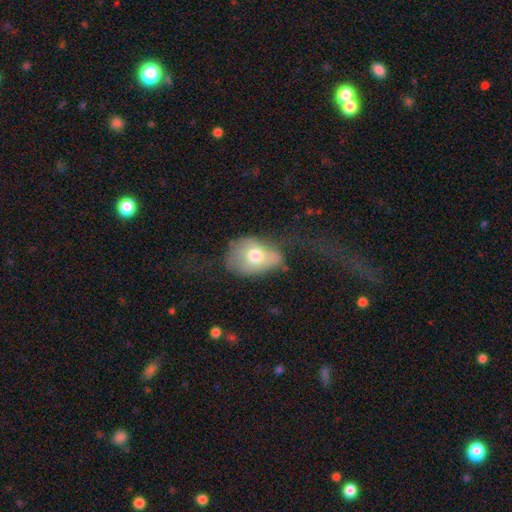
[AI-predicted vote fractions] smooth_or_featured: smooth (p=0.66) [alt: featured or disk p=0.25]
how_rounded: in between (p=0.75) [alt: round p=0.23]
merging: minor disturbance (p=0.34) [alt: none p=0.33]